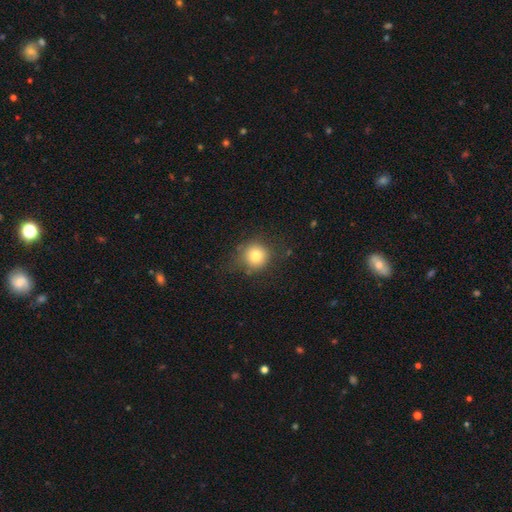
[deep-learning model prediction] smooth_or_featured: smooth (p=0.79) [alt: star or artifact p=0.12]
how_rounded: round (p=0.92) [alt: in between p=0.07]
merging: none (p=0.78) [alt: minor disturbance p=0.15]